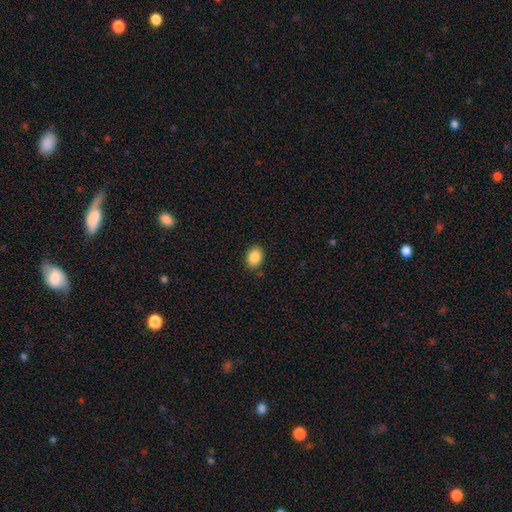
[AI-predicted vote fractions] Morphology: type=smooth (88%); roundness=in between (68%); merging=none (86%).